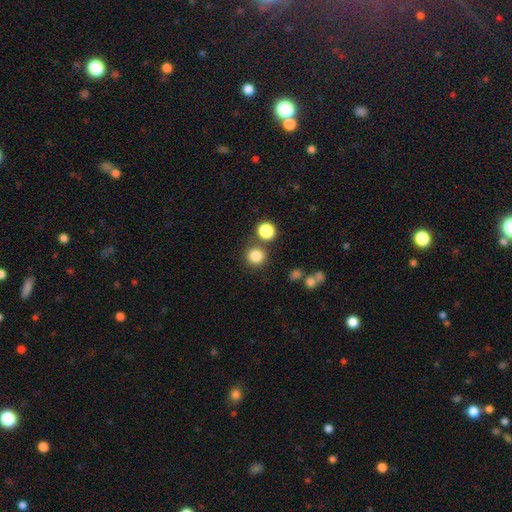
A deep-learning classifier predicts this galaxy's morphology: Overall: smooth (83%). How rounded: round (91%). Merging: none (78%).